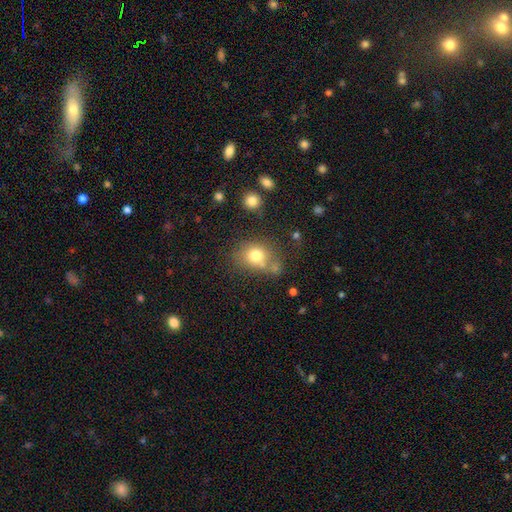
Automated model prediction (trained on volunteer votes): A smooth galaxy with no disk features (75%) that is round (58%).

Vote fractions:
- Smooth or featured? smooth: 75% / featured or disk: 13% / star or artifact: 12%
- How rounded? round: 58% / in between: 41% / cigar-shaped: 1%
- Merging? none: 51% / minor disturbance: 21% / merger: 18% / major disturbance: 10%